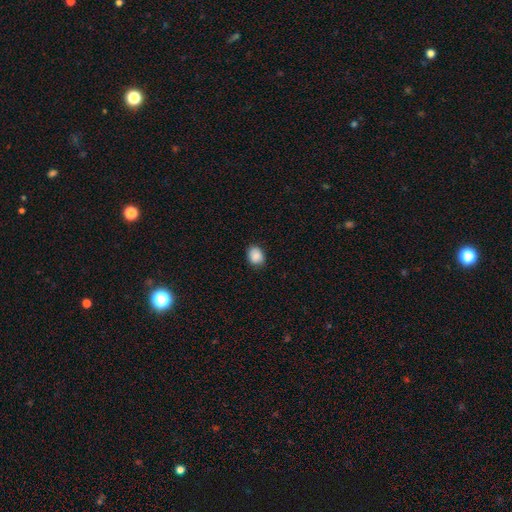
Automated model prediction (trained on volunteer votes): A smooth galaxy with no disk features (88%) that is in between round and cigar-shaped (56%). Merging: none (85%).